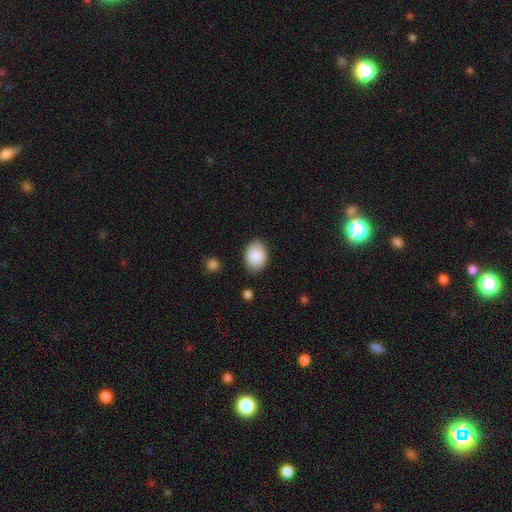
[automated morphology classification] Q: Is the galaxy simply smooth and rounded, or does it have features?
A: smooth — 89%.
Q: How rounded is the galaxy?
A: in between — 76%.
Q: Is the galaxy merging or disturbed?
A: none — 83%.